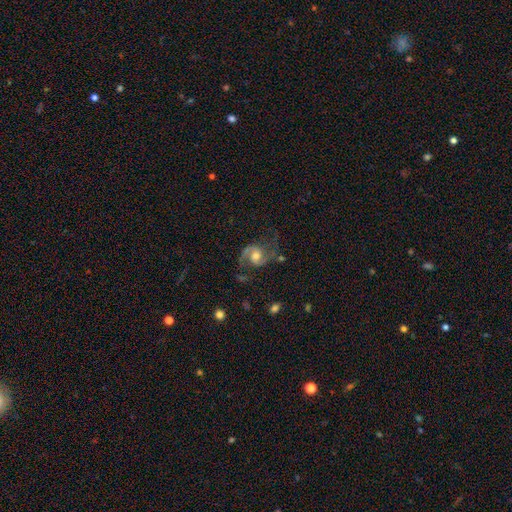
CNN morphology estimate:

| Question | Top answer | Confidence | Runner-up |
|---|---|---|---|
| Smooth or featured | featured or disk | 86% | smooth (8%) |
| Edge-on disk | no | 98% | yes (2%) |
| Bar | no | 59% | weak (34%) |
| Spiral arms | yes | 96% | no (4%) |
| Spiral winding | medium | 53% | loose (35%) |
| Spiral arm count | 2 | 91% | 1 (3%) |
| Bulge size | moderate | 65% | large (16%) |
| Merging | none | 66% | minor disturbance (18%) |